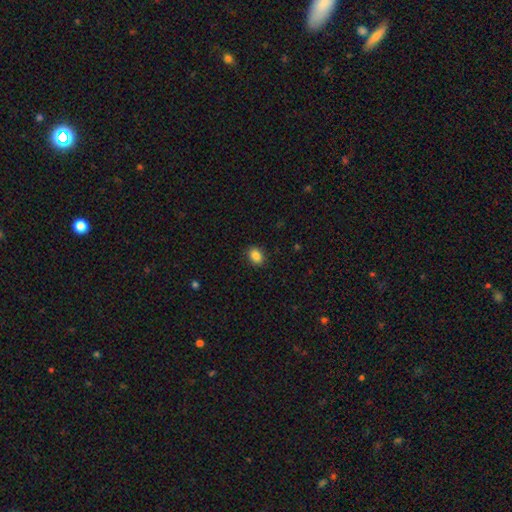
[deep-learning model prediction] A smooth galaxy with no disk features (87%) that is in between round and cigar-shaped (65%). Merging: none (89%).